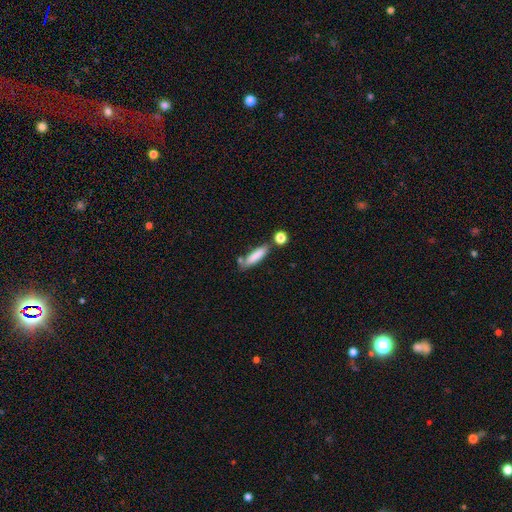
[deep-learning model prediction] Morphology: type=smooth (82%); roundness=cigar-shaped (72%); merging=none (66%).